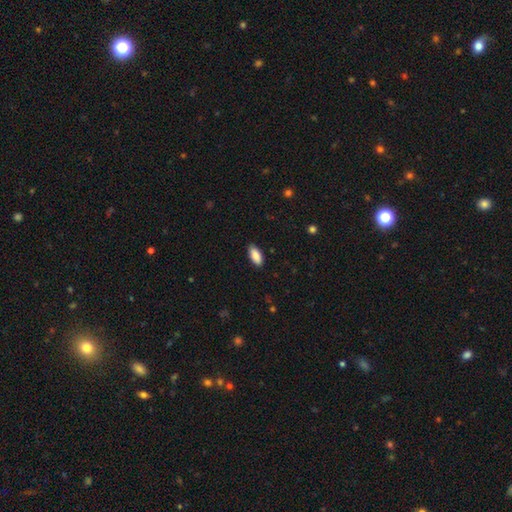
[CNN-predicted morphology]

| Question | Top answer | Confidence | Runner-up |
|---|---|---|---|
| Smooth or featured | smooth | 89% | star or artifact (6%) |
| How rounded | in between | 88% | cigar-shaped (11%) |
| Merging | none | 88% | minor disturbance (9%) |